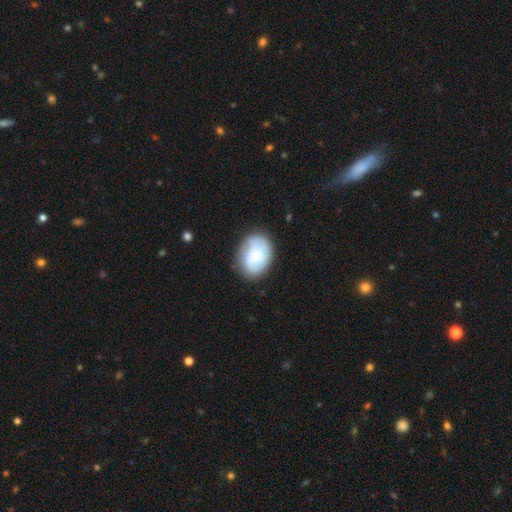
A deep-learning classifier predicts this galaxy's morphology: A featured or disk galaxy (47%).

Vote fractions:
- Smooth or featured? featured or disk: 47% / smooth: 46% / star or artifact: 6%
- Merging? none: 76% / minor disturbance: 17% / major disturbance: 5% / merger: 2%